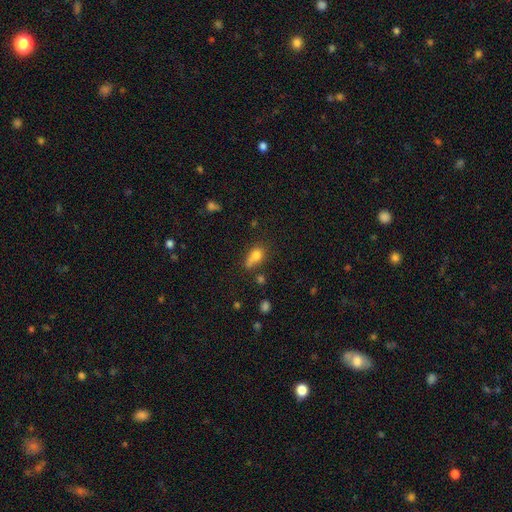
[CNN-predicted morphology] A smooth galaxy with no disk features (77%) that is in between round and cigar-shaped (63%). Merging: none (38%).